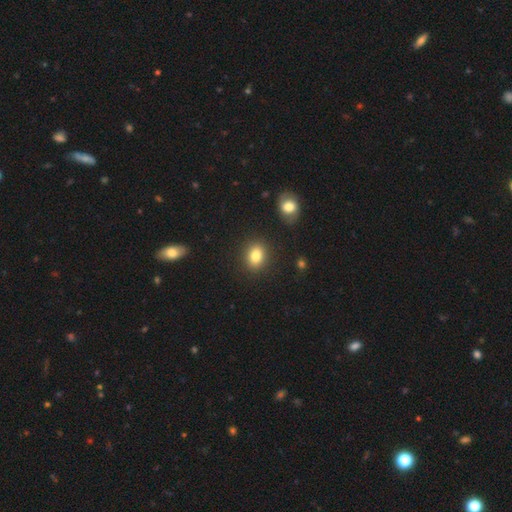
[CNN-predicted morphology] Smooth or featured? smooth (83%)
How rounded? round (50%)
Merging? none (88%)